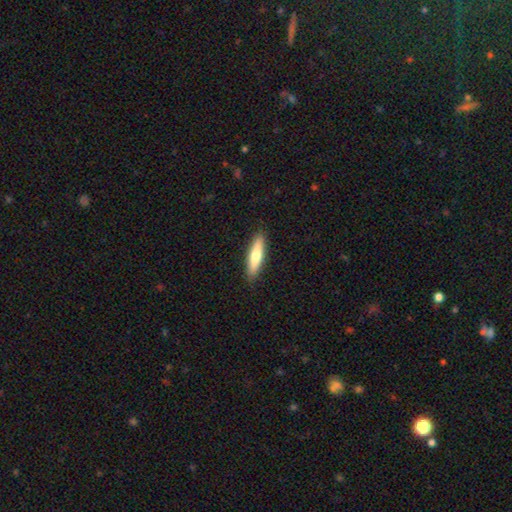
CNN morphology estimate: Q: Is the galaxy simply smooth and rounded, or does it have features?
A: smooth — 65%.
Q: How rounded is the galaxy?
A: cigar-shaped — 78%.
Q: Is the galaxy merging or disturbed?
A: none — 90%.